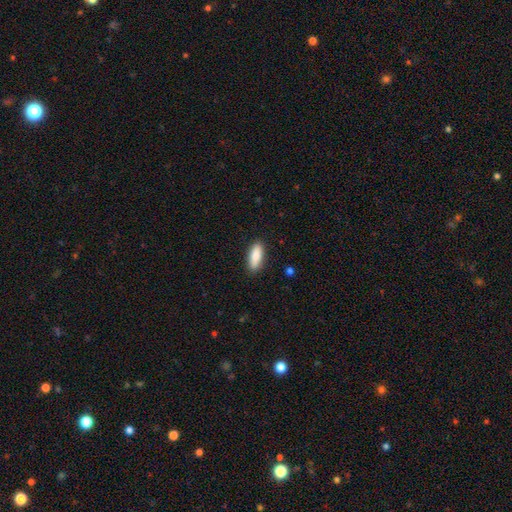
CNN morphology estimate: Smooth or featured? smooth (86%)
How rounded? in between (68%)
Merging? none (87%)